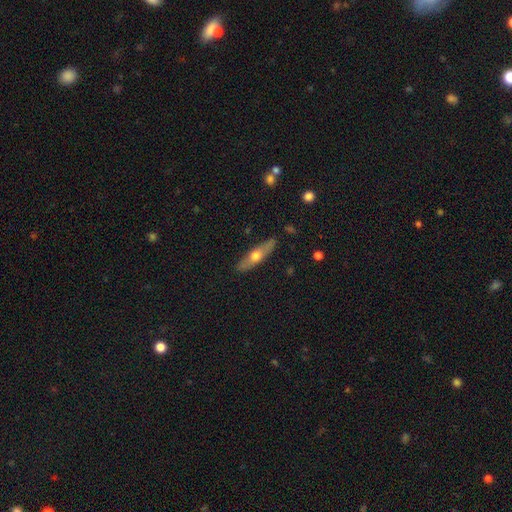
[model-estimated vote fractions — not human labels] smooth_or_featured: featured or disk (p=0.49) [alt: smooth p=0.46]
merging: none (p=0.87) [alt: minor disturbance p=0.10]